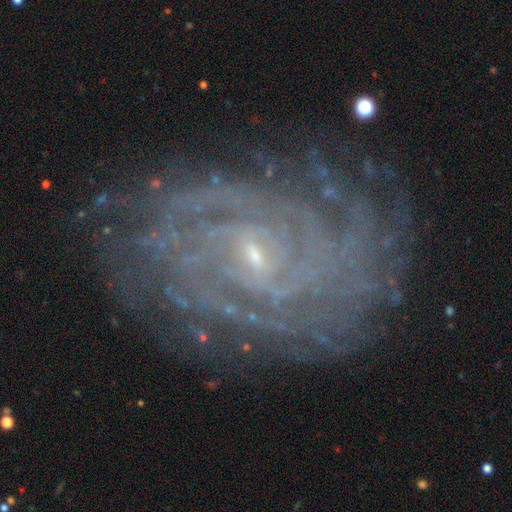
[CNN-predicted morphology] Overall: featured or disk (90%). Edge-on disk: no (97%). Bar: weak (51%; no 32%). Spiral arms: yes (97%). Spiral arm count: can't tell (28%; more than 4 20%). Spiral winding: tight (77%). Bulge size: small (84%). Merging: none (79%).